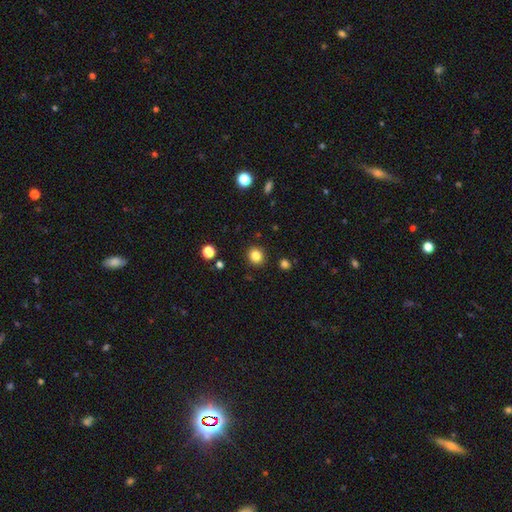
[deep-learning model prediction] A smooth galaxy with no disk features (83%) that is round (87%). Merging: none (91%).